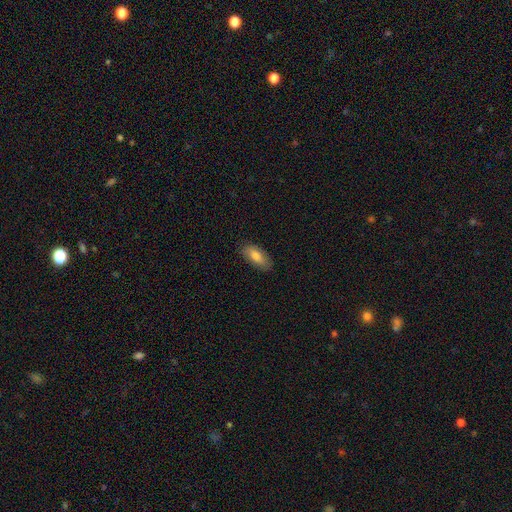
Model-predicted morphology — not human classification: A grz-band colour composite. It shows a smooth galaxy with no disk features (80%) that is in between round and cigar-shaped (86%). Merging: none (85%).